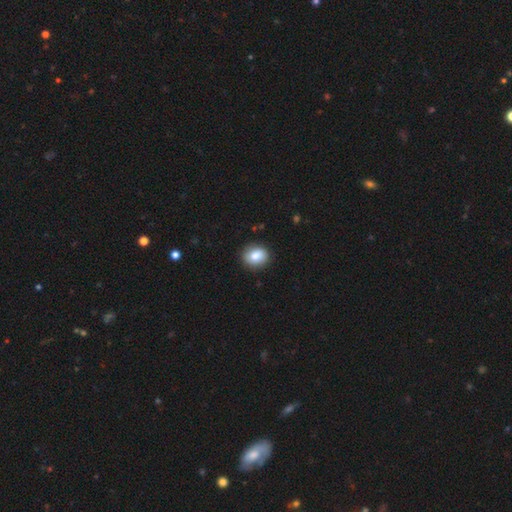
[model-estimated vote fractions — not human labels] Smooth or featured? Predicted: smooth (p=0.83). How rounded? Predicted: round (p=0.60). Merging? Predicted: none (p=0.87).